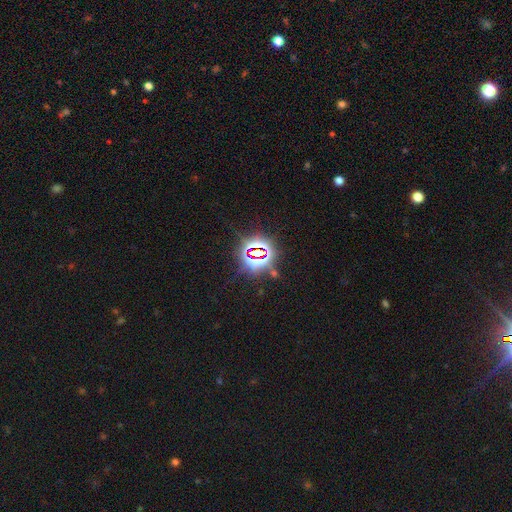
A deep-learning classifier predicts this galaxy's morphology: This is clearly a star or artifact rather than a galaxy (80%).